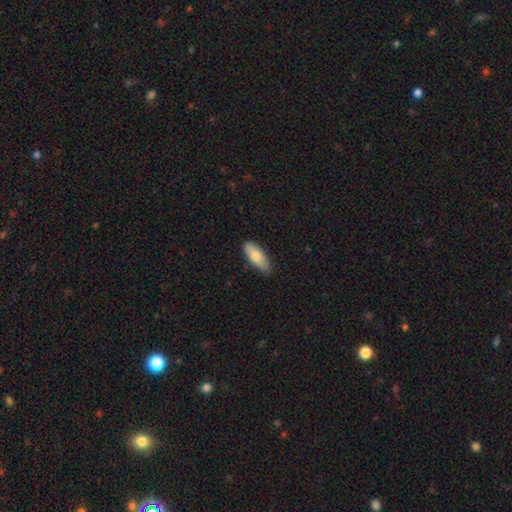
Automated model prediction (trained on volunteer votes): smooth-or-featured: smooth: 77% | featured or disk: 17% | star or artifact: 6%
  how-rounded: in between: 76% | cigar-shaped: 21% | round: 2%
  merging: none: 82% | minor disturbance: 15% | major disturbance: 2% | merger: 1%